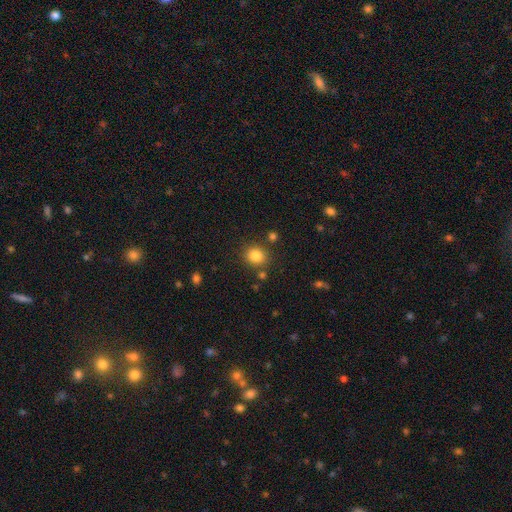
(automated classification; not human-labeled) A smooth galaxy with no disk features (83%) that is round (80%).

Vote fractions:
- Smooth or featured? smooth: 83% / star or artifact: 12% / featured or disk: 5%
- How rounded? round: 80% / in between: 19% / cigar-shaped: 1%
- Merging? none: 82% / minor disturbance: 9% / merger: 5% / major disturbance: 3%